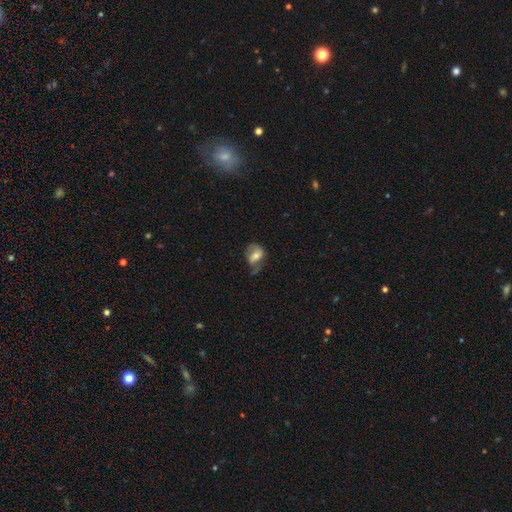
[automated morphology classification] type=smooth (58%); roundness=in between (66%); merging=none (34%).